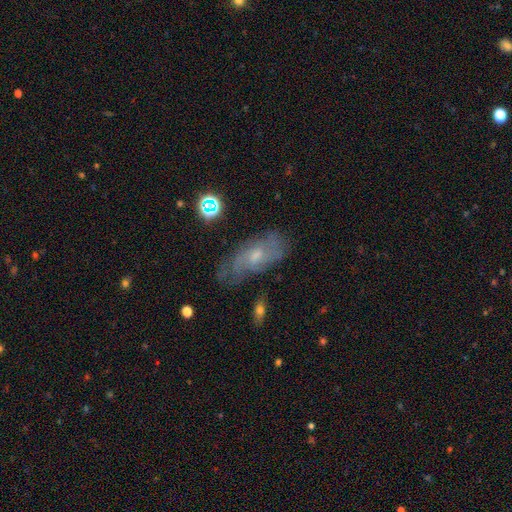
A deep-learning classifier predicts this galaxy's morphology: A featured or disk galaxy (58%) with no bar (67%), spiral arms (75%) and a small central bulge (47%). Merging: none (66%).